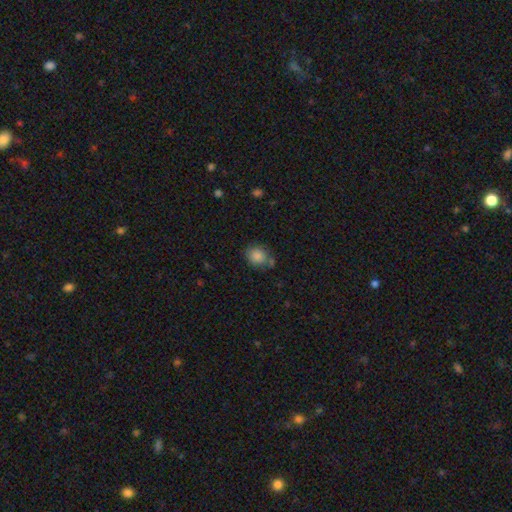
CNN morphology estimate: smooth-or-featured: smooth: 74% | star or artifact: 19% | featured or disk: 7%
  how-rounded: round: 71% | in between: 28% | cigar-shaped: 1%
  merging: none: 77% | minor disturbance: 13% | merger: 6% | major disturbance: 4%